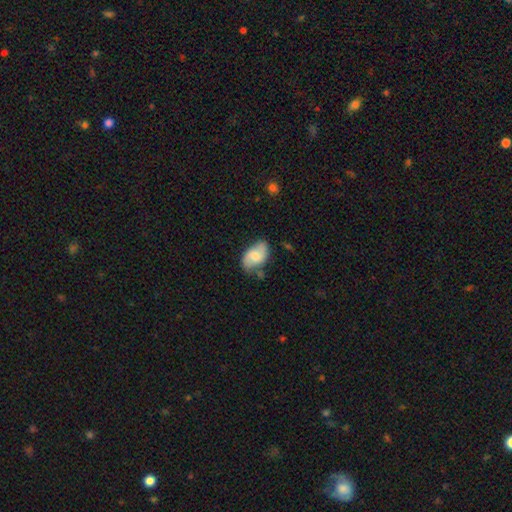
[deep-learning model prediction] Morphology: type=smooth (52%); roundness=in between (91%); merging=none (63%).